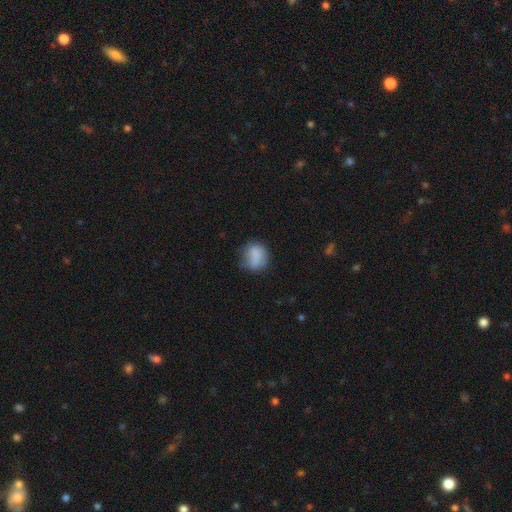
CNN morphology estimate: type=smooth (79%); roundness=round (65%); merging=none (55%).